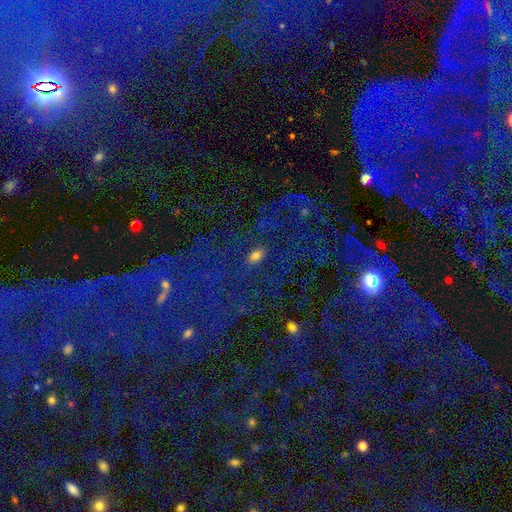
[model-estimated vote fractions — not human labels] Overall: smooth (68%). How rounded: in between (86%). Merging: none (82%).